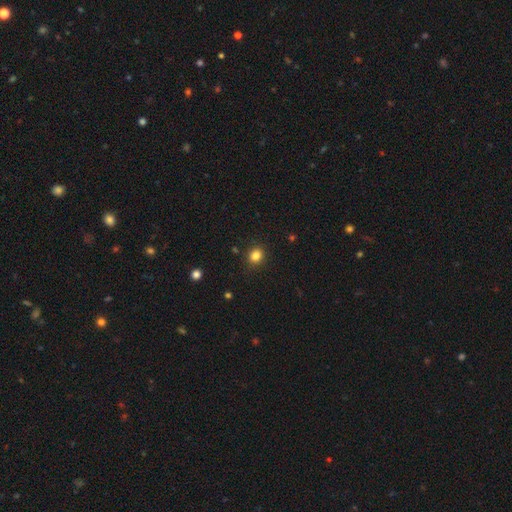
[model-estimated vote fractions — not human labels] This is clearly a smooth galaxy (83%). How rounded: likely round (71%). Merging: clearly none (89%).